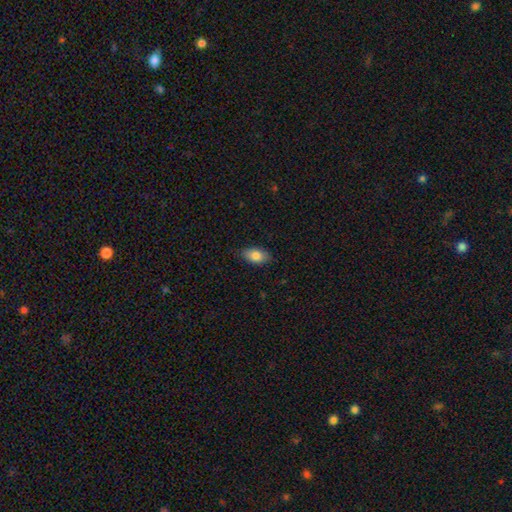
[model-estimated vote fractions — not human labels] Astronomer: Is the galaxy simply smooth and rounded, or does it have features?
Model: smooth — 84%.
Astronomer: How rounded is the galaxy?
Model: in between — 91%.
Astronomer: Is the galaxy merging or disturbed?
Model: none — 85%.